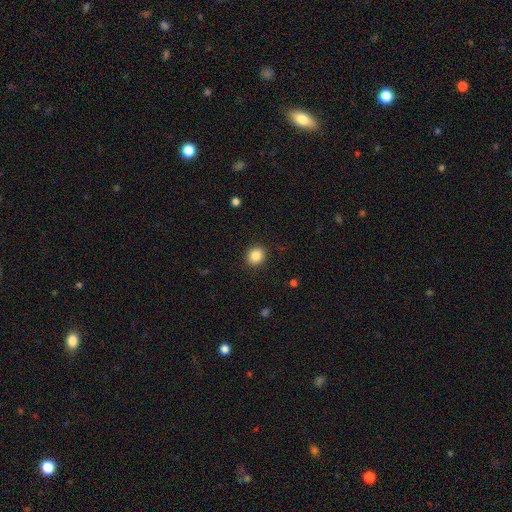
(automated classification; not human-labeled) Smooth or featured: smooth — 85% (star or artifact — 10%)
How rounded: round — 82% (in between — 17%)
Merging: none — 91% (minor disturbance — 6%)